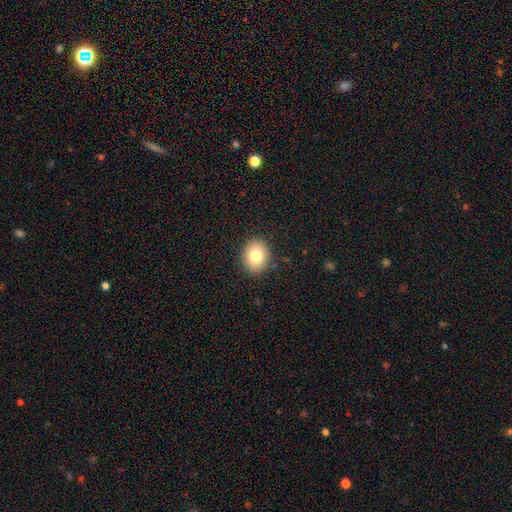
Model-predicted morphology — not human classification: The model was most divided on "how rounded": round: 59%, in between: 40%, cigar-shaped: 1%. More confident: merging — none (89%); smooth or featured — smooth (79%).